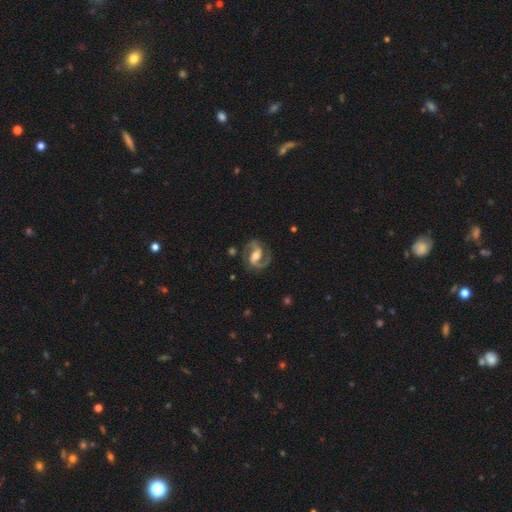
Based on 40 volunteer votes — smooth-or-featured: featured or disk: 90% | smooth: 10% | star or artifact: 0%
  disk-edge-on: no: 100% | yes: 0%
    bar: weak: 61% | strong: 31% | no: 8%
    has-spiral-arms: yes: 97% | no: 3%
      spiral-winding: medium: 69% | loose: 23% | tight: 9%
      spiral-arm-count: 2: 74% | 1: 23% | 3: 3% | 4: 0% | more than 4: 0% | can't tell: 0%
    bulge-size: moderate: 58% | large: 17% | small: 17% | none: 8% | dominant: 0%
  merging: none: 60% | minor disturbance: 18% | major disturbance: 18% | merger: 5%